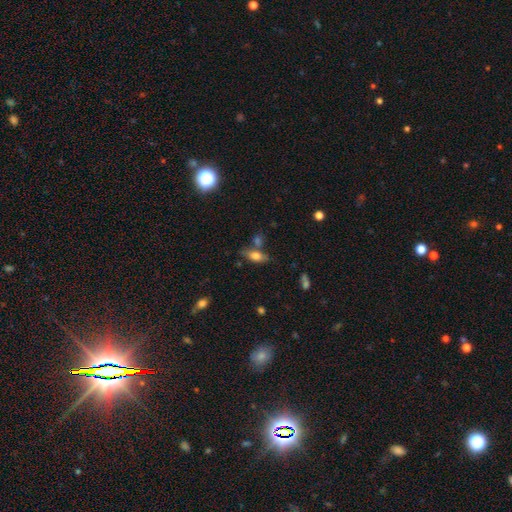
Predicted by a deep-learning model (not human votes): This appears to be a smooth galaxy with no disk features (67%) that is in between round and cigar-shaped (75%). Merging: none (62%).